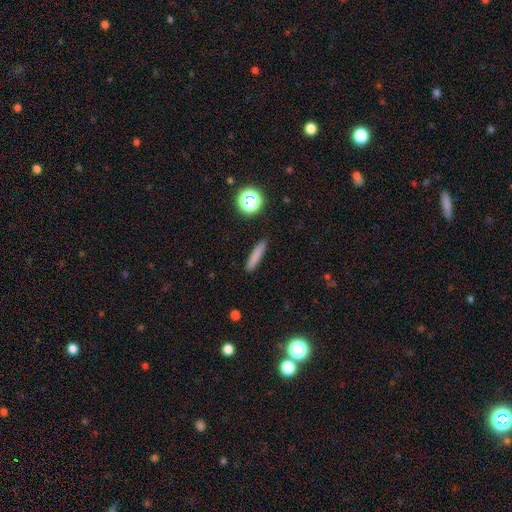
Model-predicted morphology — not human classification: The model was most divided on "smooth or featured": smooth: 78%, featured or disk: 11%, star or artifact: 11%. More confident: merging — none (89%); how rounded — cigar-shaped (89%).